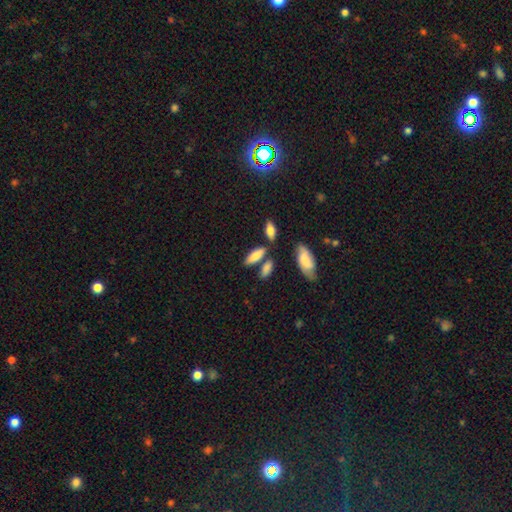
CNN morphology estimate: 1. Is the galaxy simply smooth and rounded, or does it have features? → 76% smooth, 17% featured or disk, 7% star or artifact.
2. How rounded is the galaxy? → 60% in between, 37% cigar-shaped, 3% round.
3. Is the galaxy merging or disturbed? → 68% none, 15% minor disturbance, 13% merger, 4% major disturbance.